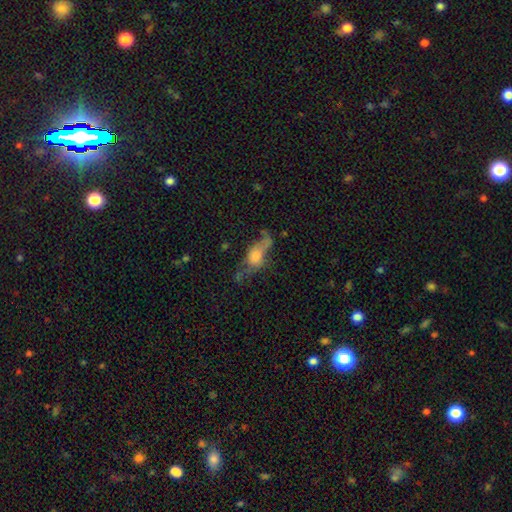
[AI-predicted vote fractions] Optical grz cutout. It shows a smooth galaxy with no disk features (52%) that is in between round and cigar-shaped (67%). Merging: none (35%).